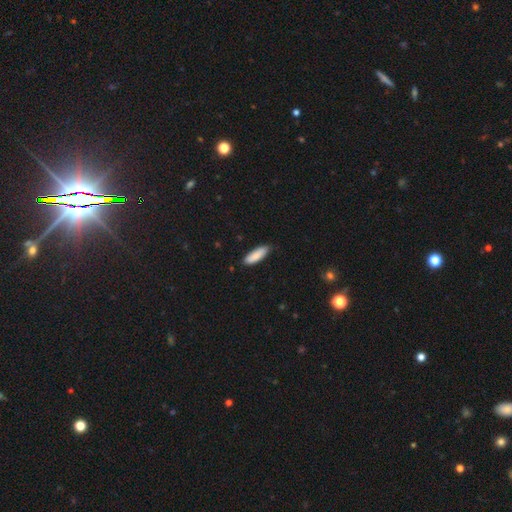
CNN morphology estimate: This is clearly a smooth galaxy (87%). How rounded: possibly in between (50%). Merging: clearly none (80%).